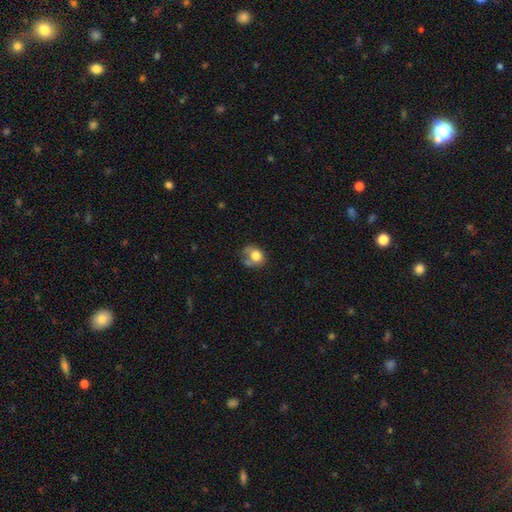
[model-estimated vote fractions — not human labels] The model was most divided on "merging": none: 38%, minor disturbance: 25%, merger: 22%, major disturbance: 14%. More confident: smooth or featured — smooth (74%); how rounded — round (59%).